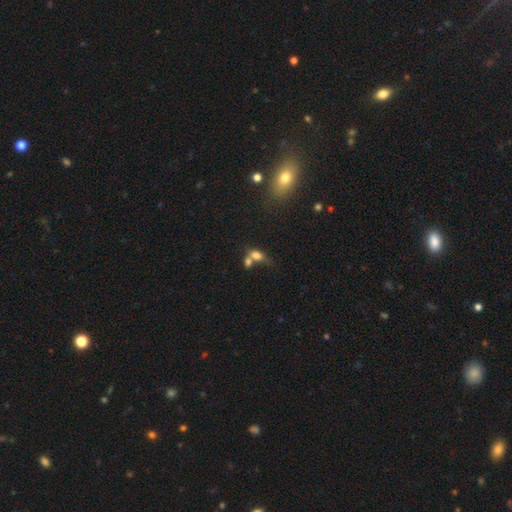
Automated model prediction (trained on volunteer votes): Overall: smooth (72%). How rounded: in between (73%). Merging: merger (56%; none 25%).